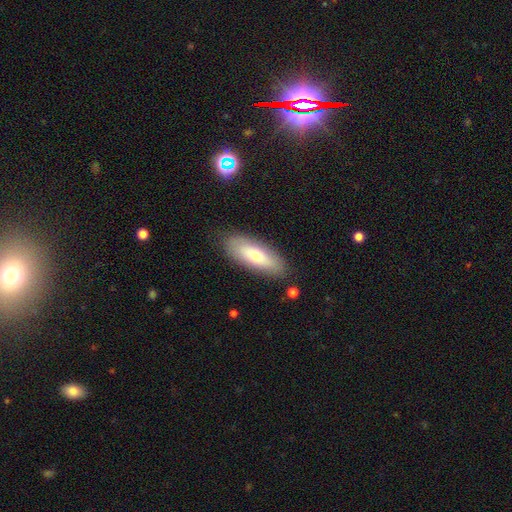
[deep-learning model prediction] This is likely a smooth galaxy (64%). How rounded: likely in between (69%). Merging: clearly none (84%).